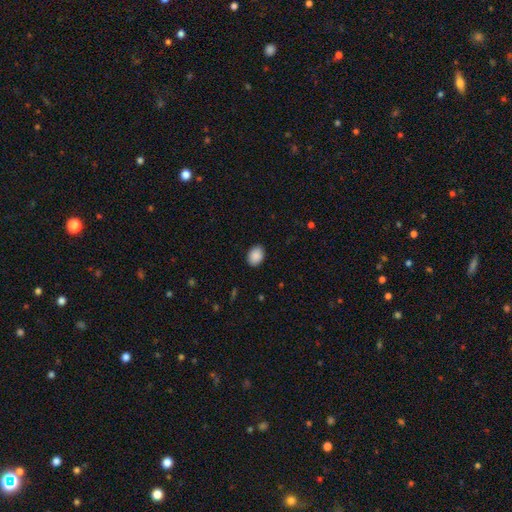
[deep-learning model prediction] Smooth or featured: smooth — 89% (star or artifact — 8%)
How rounded: in between — 69% (round — 30%)
Merging: none — 89% (minor disturbance — 8%)